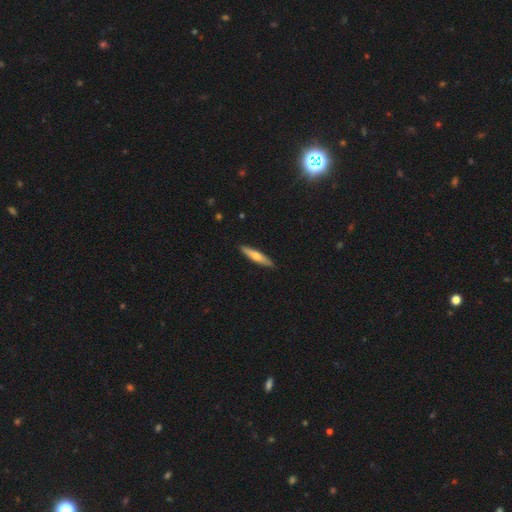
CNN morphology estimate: smooth 57%, featured or disk 38%, star or artifact 6%. Down the decision tree: how rounded — cigar-shaped (86%); merging — none (91%).